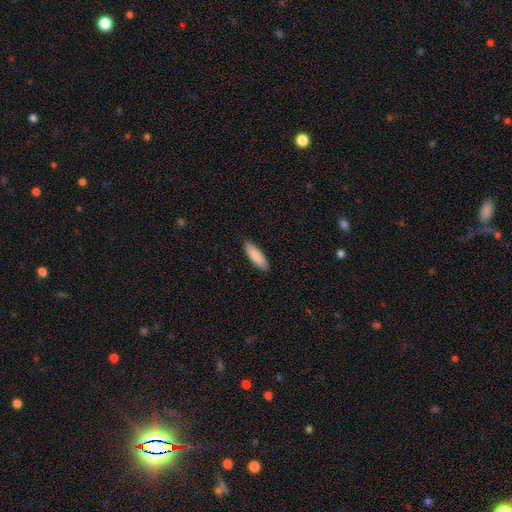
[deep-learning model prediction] smooth 88%, featured or disk 7%, star or artifact 5%. Down the decision tree: how rounded — in between (51%); merging — none (89%).